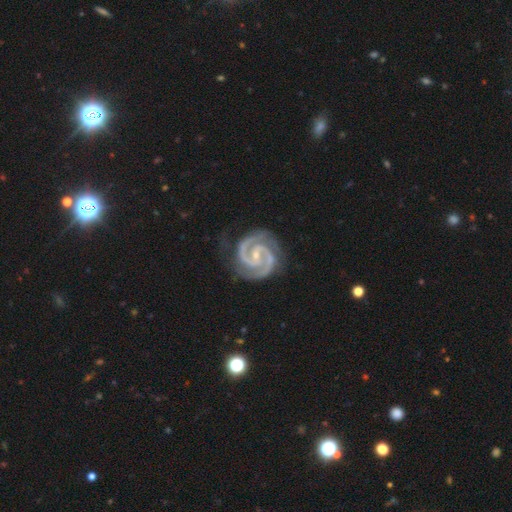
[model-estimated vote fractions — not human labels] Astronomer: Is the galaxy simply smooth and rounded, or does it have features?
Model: featured or disk — 95%.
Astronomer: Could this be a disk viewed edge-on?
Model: no — 98%.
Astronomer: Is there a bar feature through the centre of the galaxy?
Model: weak — 40% (runner-up: no, 37%).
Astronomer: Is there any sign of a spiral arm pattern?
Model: yes — 99%.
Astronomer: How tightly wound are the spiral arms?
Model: tight — 54% (runner-up: medium, 42%).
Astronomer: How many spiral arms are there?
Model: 2 — 91%.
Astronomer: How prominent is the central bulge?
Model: small — 71%.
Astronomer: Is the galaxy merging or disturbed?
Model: none — 79%.